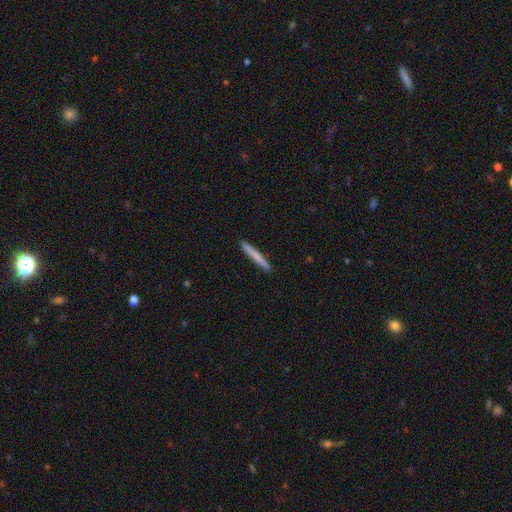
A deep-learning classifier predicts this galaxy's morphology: smooth_or_featured: smooth (p=0.72) [alt: featured or disk p=0.23]
how_rounded: cigar-shaped (p=0.97) [alt: in between p=0.02]
merging: none (p=0.93) [alt: minor disturbance p=0.05]